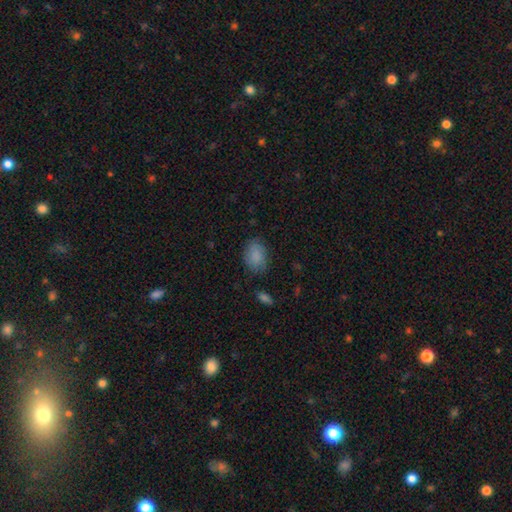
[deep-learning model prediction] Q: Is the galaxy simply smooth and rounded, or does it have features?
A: smooth — 86%.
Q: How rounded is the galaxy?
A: in between — 77%.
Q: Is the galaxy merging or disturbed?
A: none — 77%.